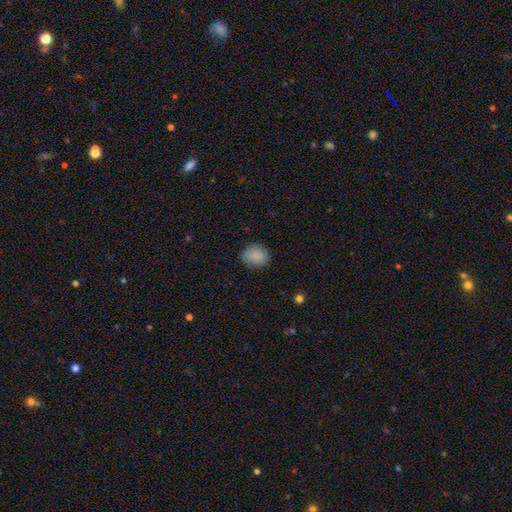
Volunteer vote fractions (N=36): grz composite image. It shows a smooth galaxy with no disk features (78%) that is in between round and cigar-shaped (54%). Merging: none (79%).